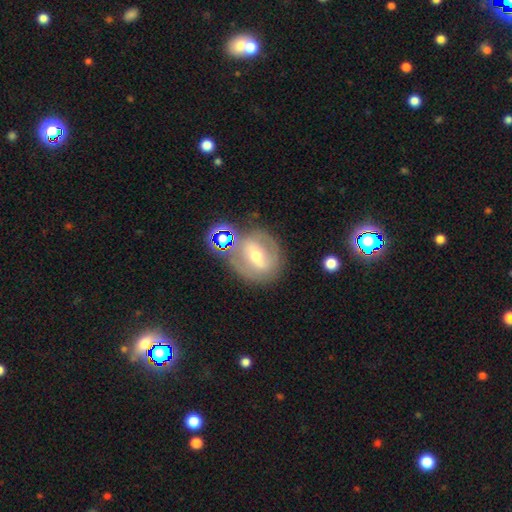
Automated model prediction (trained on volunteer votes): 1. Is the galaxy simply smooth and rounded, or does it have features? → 62% featured or disk, 28% smooth, 11% star or artifact.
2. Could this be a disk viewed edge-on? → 92% no, 8% yes.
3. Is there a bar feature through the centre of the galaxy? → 47% strong, 35% weak, 18% no.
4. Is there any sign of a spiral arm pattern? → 51% yes, 49% no.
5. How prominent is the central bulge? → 62% moderate, 31% small, 5% large, 1% none, 1% dominant.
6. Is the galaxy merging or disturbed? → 69% none, 15% minor disturbance, 9% merger, 7% major disturbance.